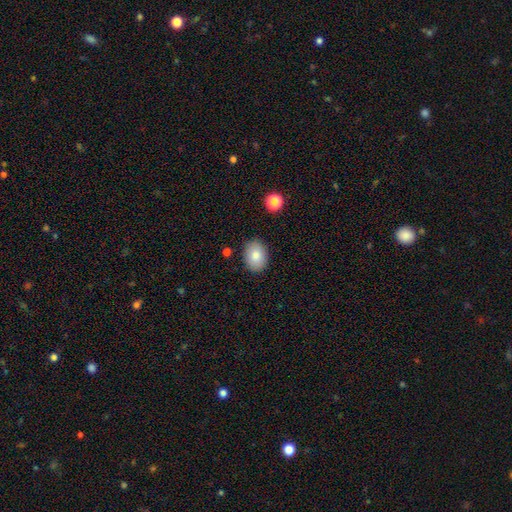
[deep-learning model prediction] Morphology: type=smooth (84%); roundness=in between (73%); merging=none (85%).